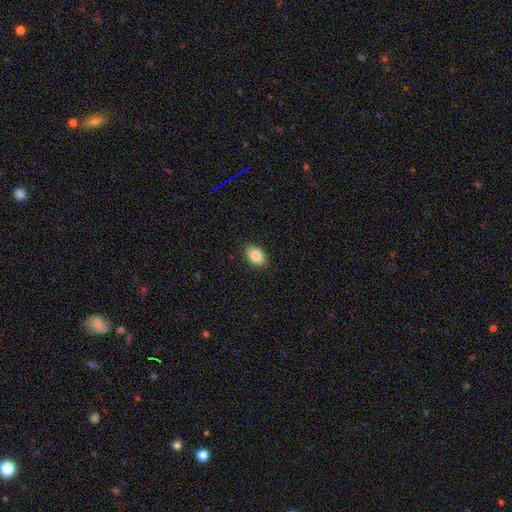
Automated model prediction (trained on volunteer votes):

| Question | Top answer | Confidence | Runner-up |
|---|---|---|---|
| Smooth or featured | smooth | 87% | star or artifact (7%) |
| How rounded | in between | 92% | round (6%) |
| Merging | none | 89% | minor disturbance (8%) |